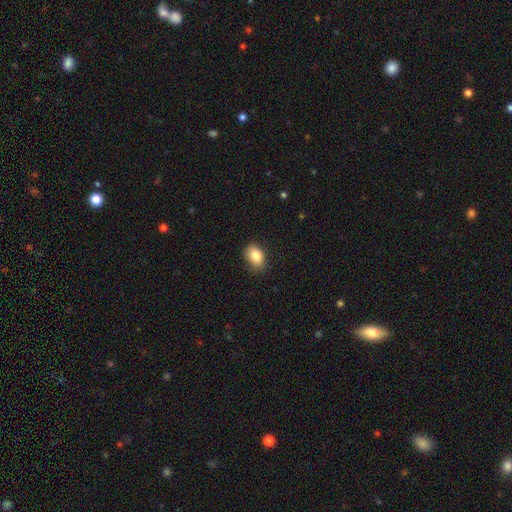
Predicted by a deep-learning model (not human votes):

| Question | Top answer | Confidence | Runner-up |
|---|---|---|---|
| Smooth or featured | smooth | 84% | star or artifact (8%) |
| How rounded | in between | 80% | round (19%) |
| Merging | none | 80% | minor disturbance (16%) |